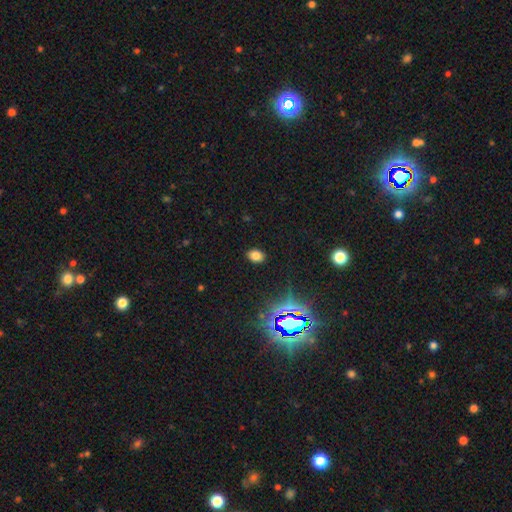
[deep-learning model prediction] smooth 76%, star or artifact 18%, featured or disk 6%. Down the decision tree: how rounded — in between (72%); merging — none (88%).